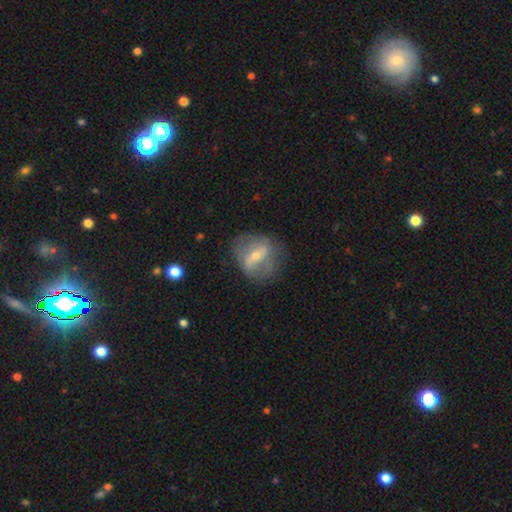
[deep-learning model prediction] smooth-or-featured: featured or disk: 61% | smooth: 31% | star or artifact: 8%
  disk-edge-on: no: 93% | yes: 7%
    bar: strong: 43% | weak: 37% | no: 20%
    has-spiral-arms: yes: 51% | no: 49%
    bulge-size: small: 55% | moderate: 38% | none: 3% | large: 3% | dominant: 1%
  merging: none: 62% | minor disturbance: 22% | major disturbance: 14% | merger: 2%